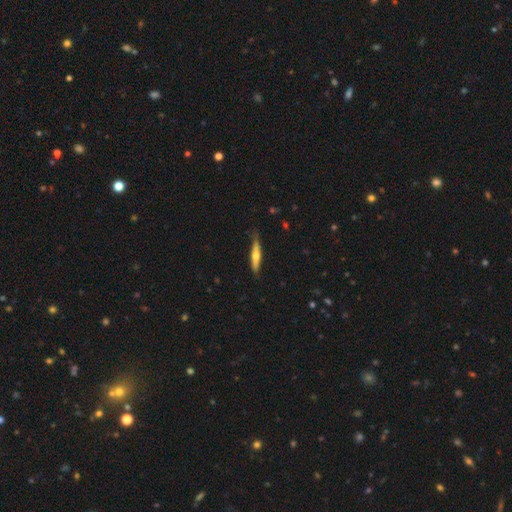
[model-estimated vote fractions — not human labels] This appears to be a featured or disk galaxy (50%) viewed edge-on (93%). Merging: none (80%).